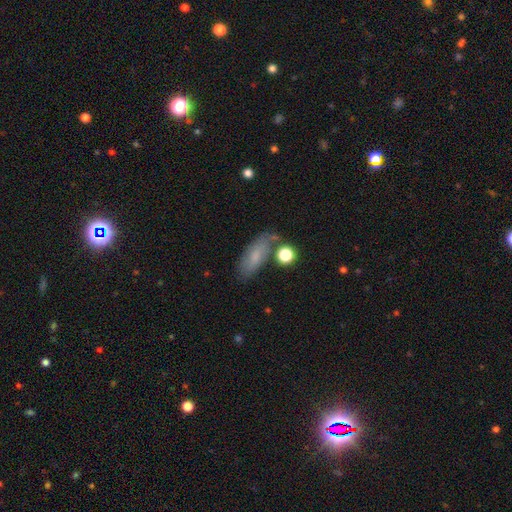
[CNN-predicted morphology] A smooth galaxy with no disk features (67%) that is in between round and cigar-shaped (74%).

Vote fractions:
- Smooth or featured? smooth: 67% / featured or disk: 24% / star or artifact: 9%
- How rounded? in between: 74% / cigar-shaped: 21% / round: 5%
- Merging? none: 63% / minor disturbance: 21% / merger: 8% / major disturbance: 8%